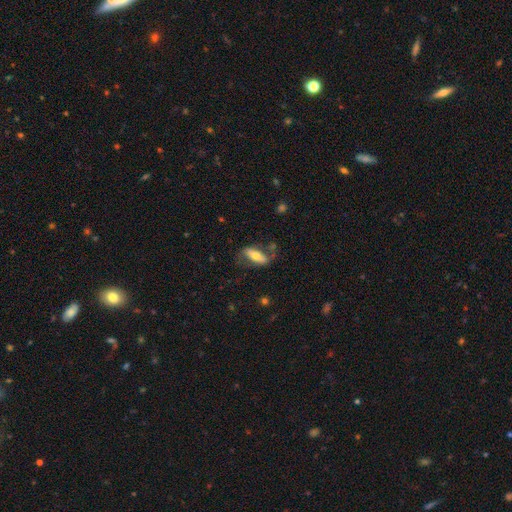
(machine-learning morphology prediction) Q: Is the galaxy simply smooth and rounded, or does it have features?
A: smooth — 49%.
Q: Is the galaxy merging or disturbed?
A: none — 58%.